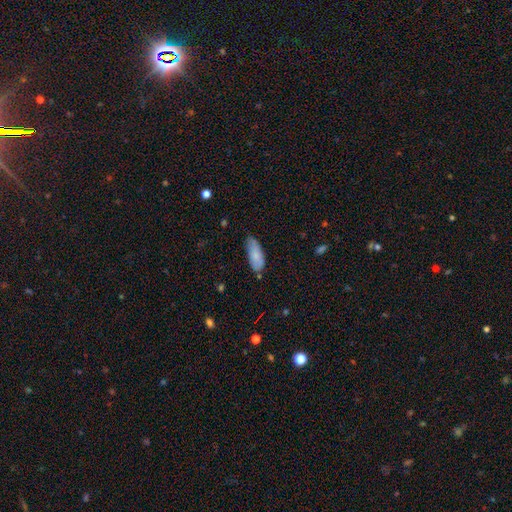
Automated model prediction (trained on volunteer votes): Smooth or featured? smooth (81%)
How rounded? in between (81%)
Merging? none (60%)